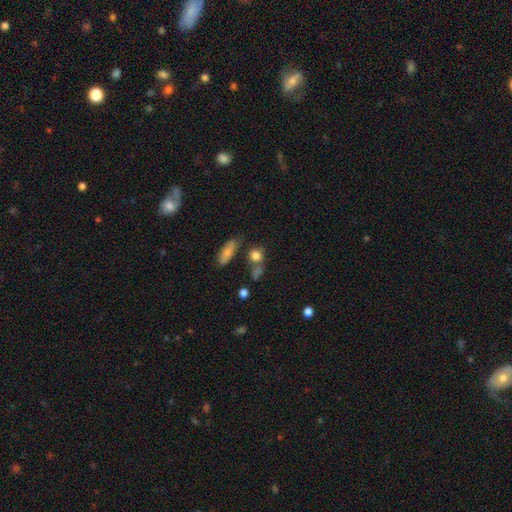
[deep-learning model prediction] Overall: smooth (79%). How rounded: round (75%). Merging: none (57%; merger 23%).